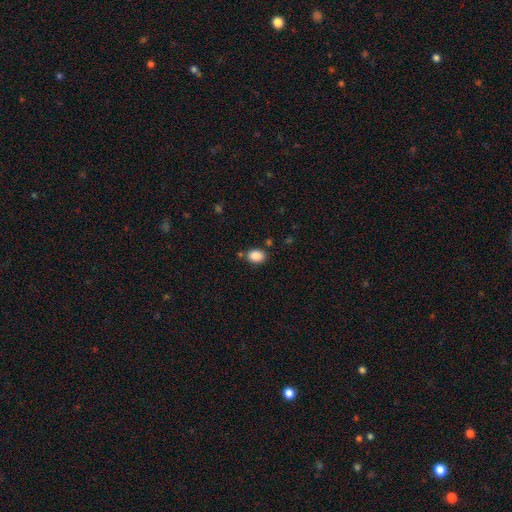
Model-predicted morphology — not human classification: A smooth galaxy with no disk features (88%) that is in between round and cigar-shaped (73%). Merging: none (80%).